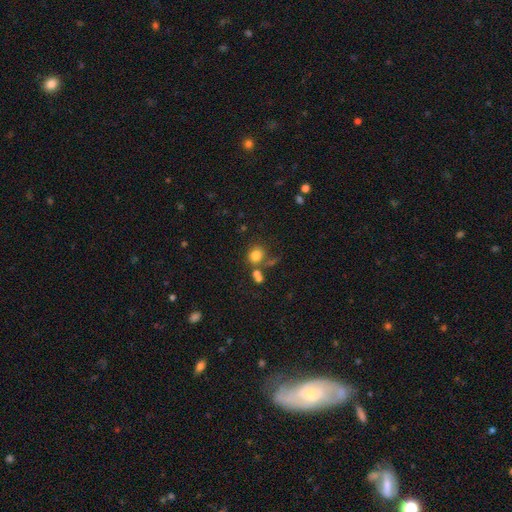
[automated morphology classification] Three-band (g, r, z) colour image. It shows a smooth galaxy with no disk features (79%) that is round (72%). Merging: none (58%).